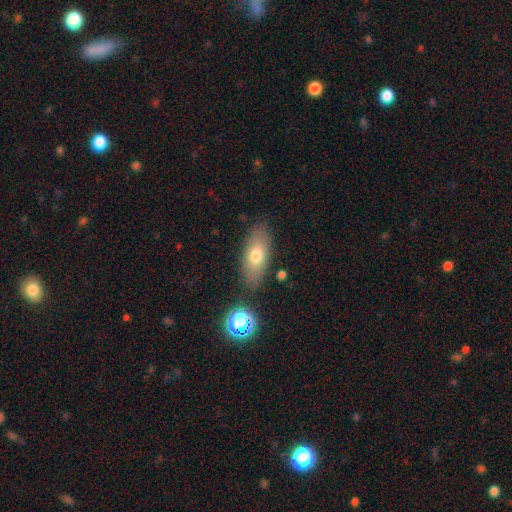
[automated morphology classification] smooth_or_featured: smooth (p=0.71) [alt: featured or disk p=0.20]
how_rounded: in between (p=0.77) [alt: cigar-shaped p=0.18]
merging: none (p=0.83) [alt: minor disturbance p=0.11]